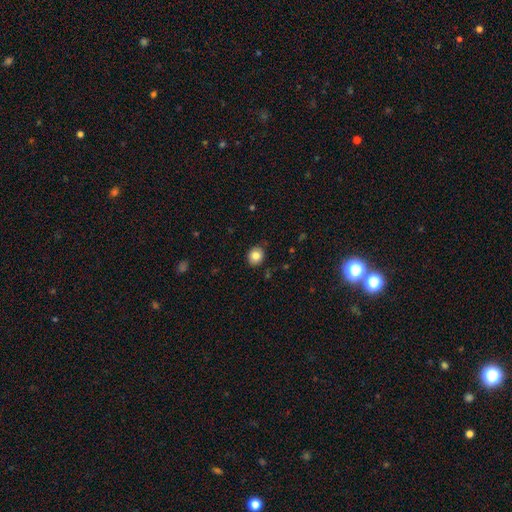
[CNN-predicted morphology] Smooth or featured?
  - smooth: 82% *
  - star or artifact: 10%
  - featured or disk: 9%
How rounded?
  - round: 67% *
  - in between: 33%
  - cigar-shaped: 1%
Merging?
  - none: 85% *
  - minor disturbance: 11%
  - major disturbance: 2%
  - merger: 1%